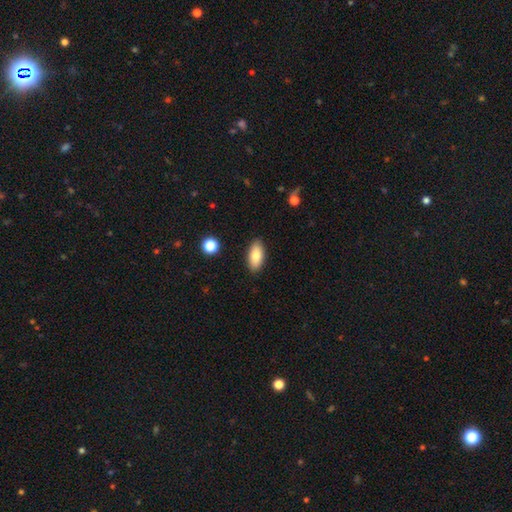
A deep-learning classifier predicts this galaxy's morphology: smooth 81%, featured or disk 11%, star or artifact 7%. Down the decision tree: how rounded — in between (89%); merging — none (88%).